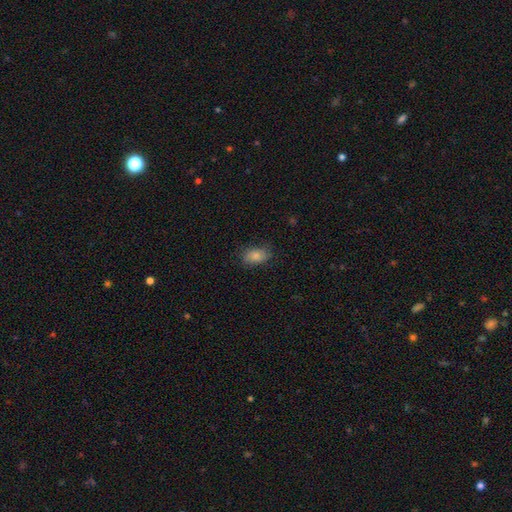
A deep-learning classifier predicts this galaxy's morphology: Smooth or featured: smooth — 83% (featured or disk — 9%)
How rounded: in between — 85% (round — 13%)
Merging: none — 77% (minor disturbance — 18%)